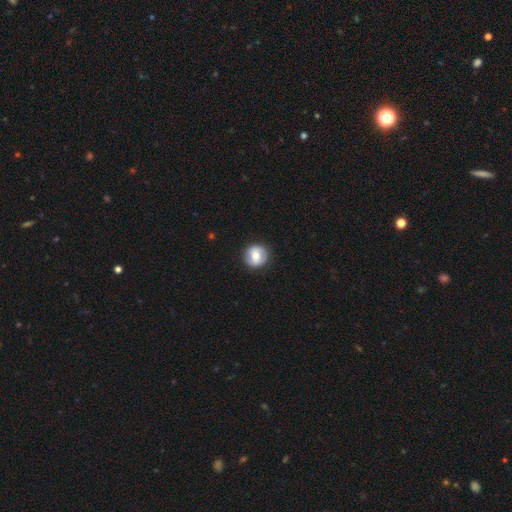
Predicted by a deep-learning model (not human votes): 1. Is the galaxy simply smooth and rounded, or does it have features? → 58% smooth, 35% featured or disk, 8% star or artifact.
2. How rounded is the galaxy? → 91% round, 8% in between, 1% cigar-shaped.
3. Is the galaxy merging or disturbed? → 88% none, 8% minor disturbance, 2% major disturbance, 1% merger.